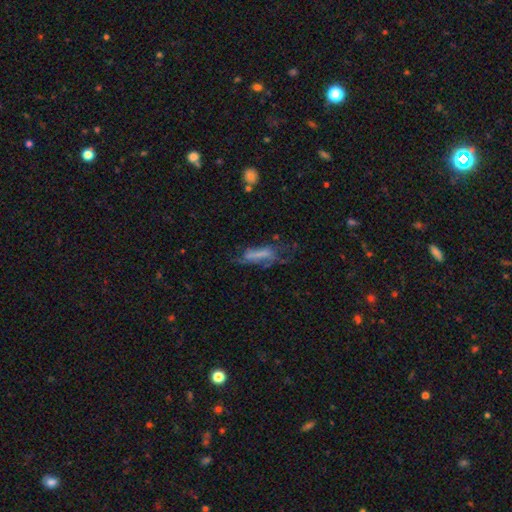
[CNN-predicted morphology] This is possibly a smooth galaxy (45%). Merging: marginally none (38%).